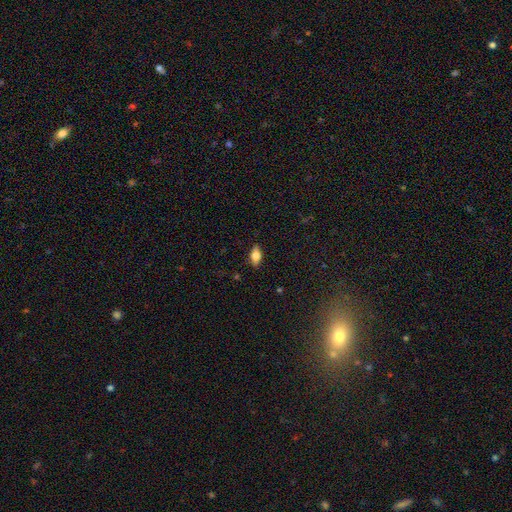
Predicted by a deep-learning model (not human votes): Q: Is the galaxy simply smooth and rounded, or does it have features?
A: smooth — 66%.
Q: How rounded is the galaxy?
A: in between — 84%.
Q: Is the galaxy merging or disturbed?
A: none — 86%.